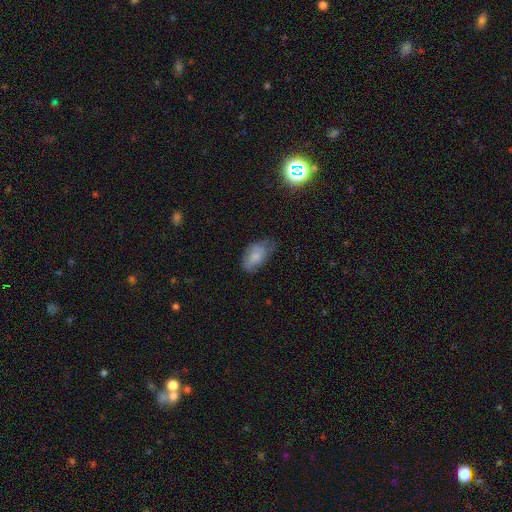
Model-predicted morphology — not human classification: This is likely a smooth galaxy (77%). How rounded: clearly in between (93%). Merging: possibly none (50%).